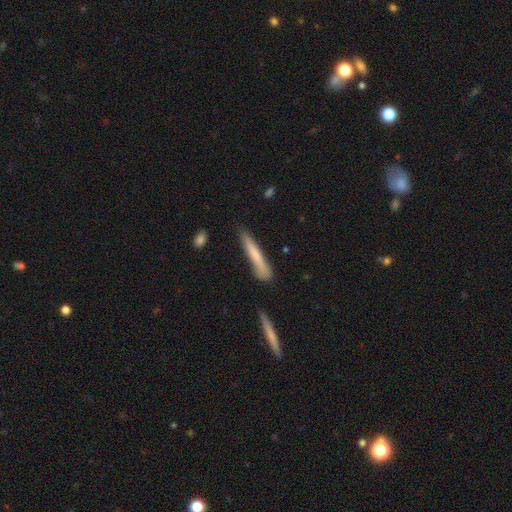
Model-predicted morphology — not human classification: The model was most divided on "smooth or featured": smooth: 70%, featured or disk: 24%, star or artifact: 6%. More confident: how rounded — cigar-shaped (94%); merging — none (76%).